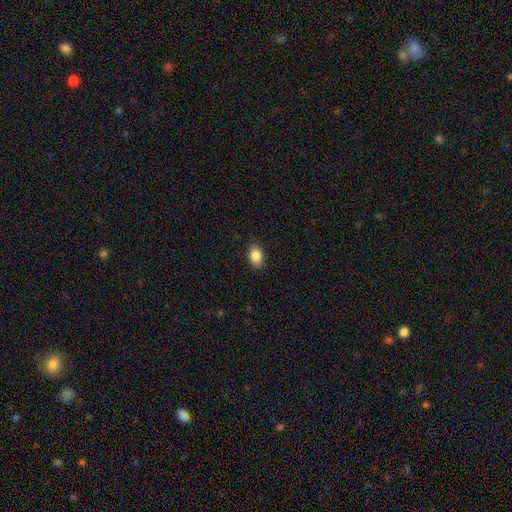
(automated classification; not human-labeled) Smooth or featured? smooth (87%)
How rounded? in between (88%)
Merging? none (88%)